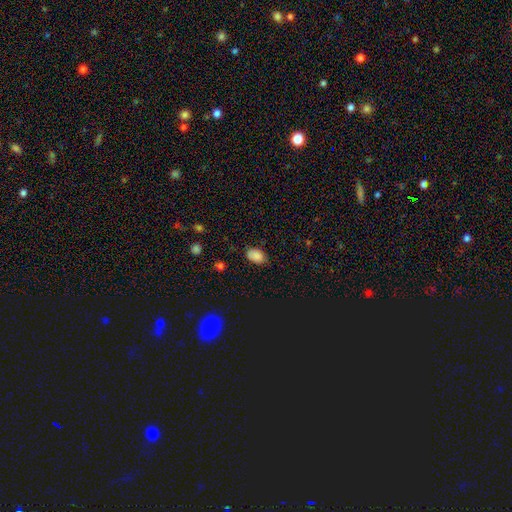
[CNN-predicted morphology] Smooth or featured: smooth — 81% (star or artifact — 11%)
How rounded: in between — 85% (round — 14%)
Merging: none — 67% (minor disturbance — 27%)